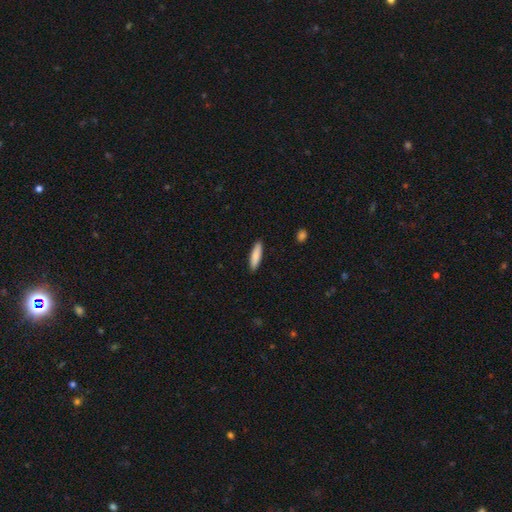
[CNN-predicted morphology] Smooth or featured? Predicted: smooth (p=0.86). How rounded? Predicted: cigar-shaped (p=0.73). Merging? Predicted: none (p=0.90).